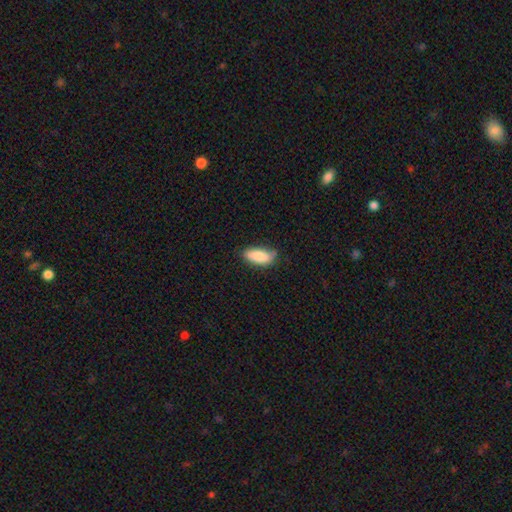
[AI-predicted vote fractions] Morphology: type=smooth (86%); roundness=in between (82%); merging=none (67%).